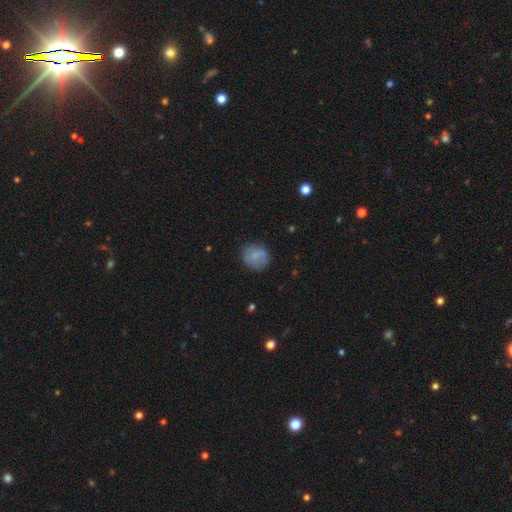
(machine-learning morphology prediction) Smooth or featured: smooth — 72% (featured or disk — 19%)
How rounded: round — 79% (in between — 20%)
Merging: none — 71% (minor disturbance — 19%)